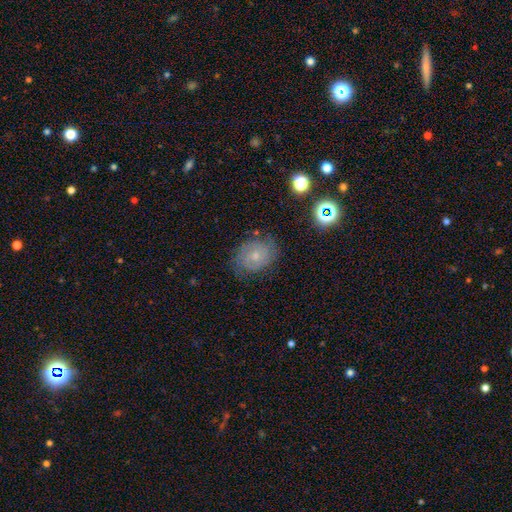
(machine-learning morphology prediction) Smooth or featured? Predicted: featured or disk (p=0.58). Edge-on disk? Predicted: no (p=0.97). Bar? Predicted: no (p=0.79). Spiral arms? Predicted: yes (p=0.83). Bulge size? Predicted: small (p=0.62). Merging? Predicted: none (p=0.72).